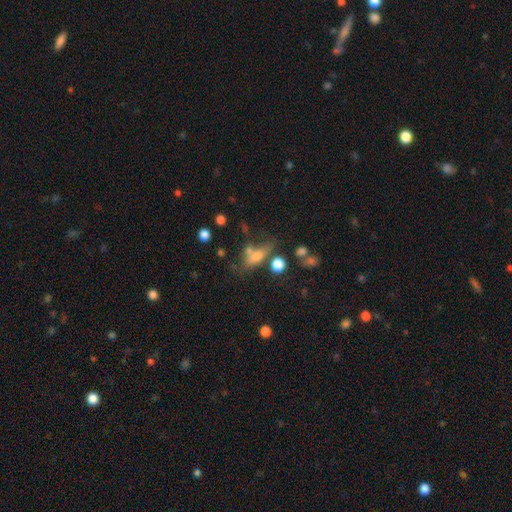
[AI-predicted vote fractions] smooth 67%, featured or disk 19%, star or artifact 13%. Down the decision tree: how rounded — in between (68%); merging — none (40%).